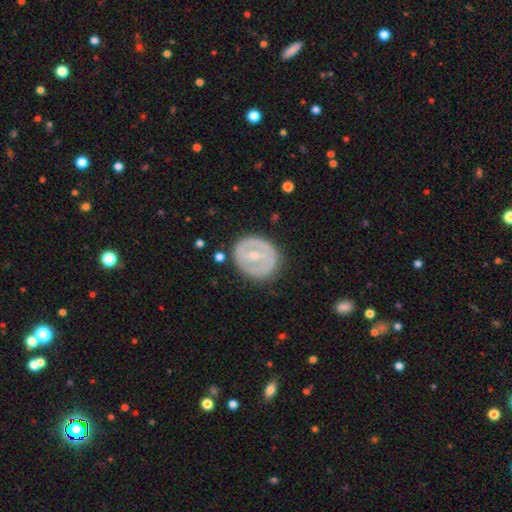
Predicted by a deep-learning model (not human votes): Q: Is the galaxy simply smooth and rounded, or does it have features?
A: featured or disk — 61%.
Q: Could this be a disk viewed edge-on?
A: no — 95%.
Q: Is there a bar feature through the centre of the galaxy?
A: weak — 39%.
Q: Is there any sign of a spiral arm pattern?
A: no — 69%.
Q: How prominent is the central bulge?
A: small — 57%.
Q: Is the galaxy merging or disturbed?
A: none — 77%.